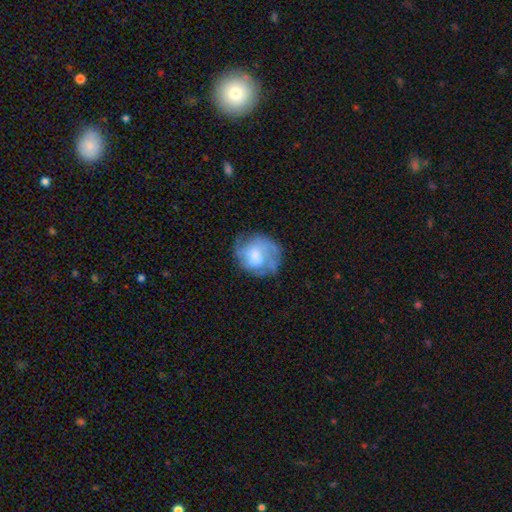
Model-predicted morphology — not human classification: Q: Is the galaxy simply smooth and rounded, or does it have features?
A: featured or disk — 58%.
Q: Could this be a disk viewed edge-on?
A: no — 97%.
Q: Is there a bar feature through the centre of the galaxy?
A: no — 52%.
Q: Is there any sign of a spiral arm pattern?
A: yes — 76%.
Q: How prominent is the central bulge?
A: moderate — 45%.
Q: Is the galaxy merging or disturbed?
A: none — 58%.